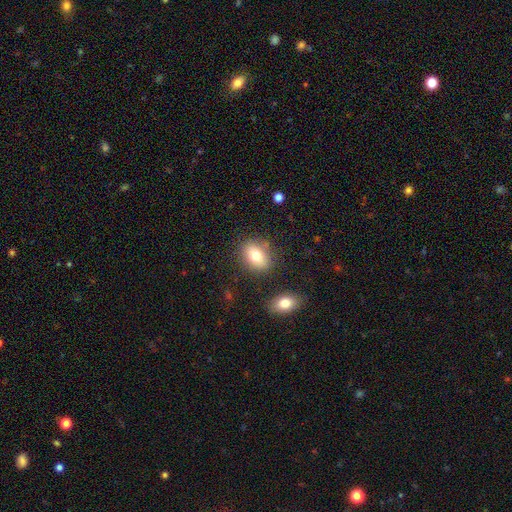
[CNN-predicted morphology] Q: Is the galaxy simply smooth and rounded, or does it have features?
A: smooth — 75%.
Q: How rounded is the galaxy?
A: in between — 69%.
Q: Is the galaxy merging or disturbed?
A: none — 79%.